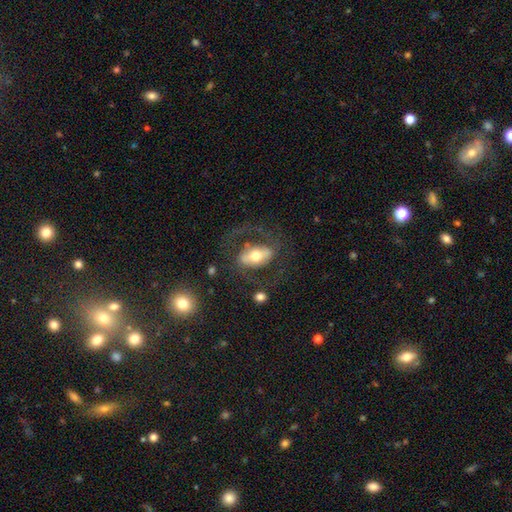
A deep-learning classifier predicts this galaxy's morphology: Smooth or featured?
  - featured or disk: 59% *
  - smooth: 35%
  - star or artifact: 6%
Edge-on disk?
  - no: 91% *
  - yes: 9%
Bar?
  - strong: 41% *
  - no: 31%
  - weak: 28%
Spiral arms?
  - yes: 57% *
  - no: 43%
Bulge size?
  - moderate: 68% *
  - large: 17%
  - small: 12%
  - dominant: 2%
  - none: 1%
Merging?
  - none: 60% *
  - major disturbance: 21%
  - minor disturbance: 16%
  - merger: 4%